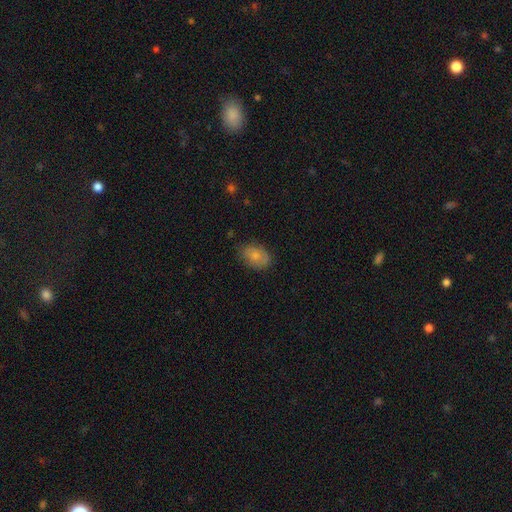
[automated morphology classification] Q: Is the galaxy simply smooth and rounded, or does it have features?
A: smooth — 78%.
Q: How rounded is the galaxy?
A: in between — 84%.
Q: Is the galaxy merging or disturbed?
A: none — 73%.